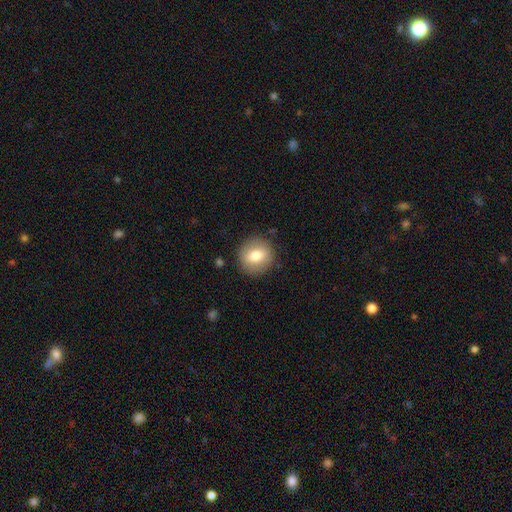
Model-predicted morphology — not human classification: Overall: smooth (74%). How rounded: round (87%). Merging: none (88%).